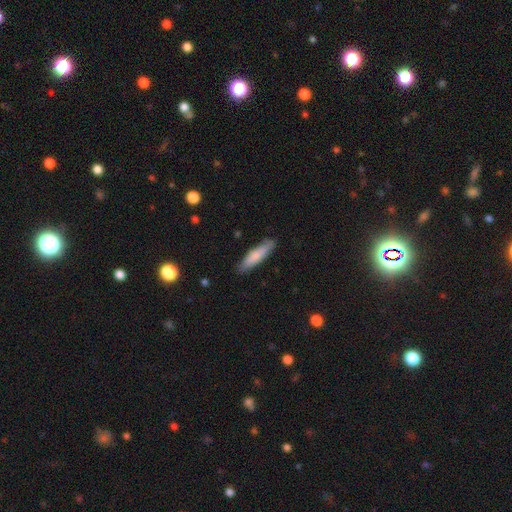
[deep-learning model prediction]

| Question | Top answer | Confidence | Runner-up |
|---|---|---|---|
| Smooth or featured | smooth | 79% | featured or disk (15%) |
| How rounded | cigar-shaped | 78% | in between (21%) |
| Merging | none | 86% | minor disturbance (11%) |